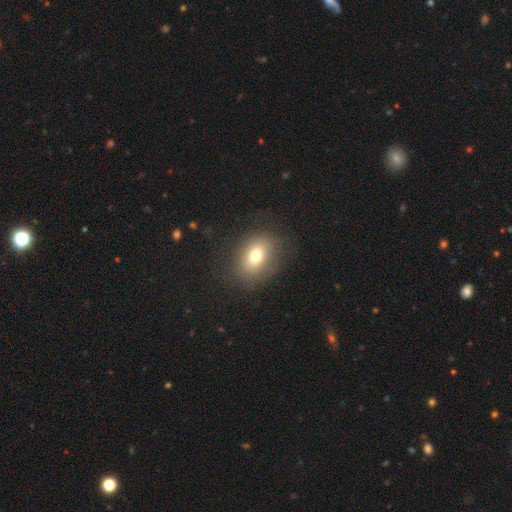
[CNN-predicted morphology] The model was most divided on "how rounded": in between: 63%, round: 35%, cigar-shaped: 1%. More confident: merging — none (78%); smooth or featured — smooth (72%).